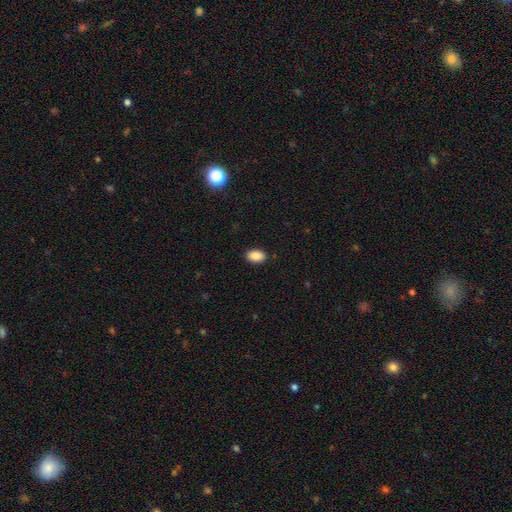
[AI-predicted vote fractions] Morphology: type=smooth (89%); roundness=in between (91%); merging=none (89%).